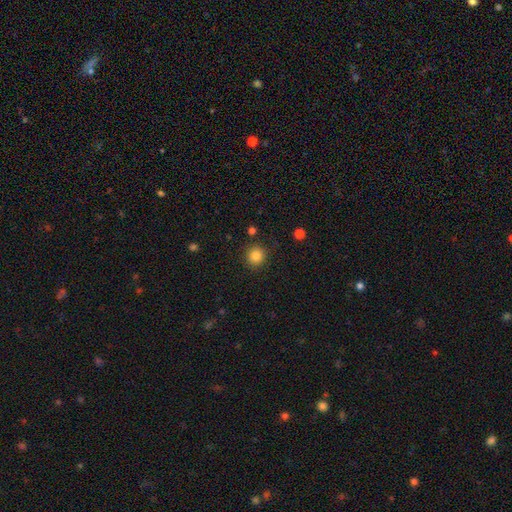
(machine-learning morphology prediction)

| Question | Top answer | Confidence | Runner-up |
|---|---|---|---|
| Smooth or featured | smooth | 85% | star or artifact (11%) |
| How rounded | round | 93% | in between (7%) |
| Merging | none | 89% | minor disturbance (7%) |